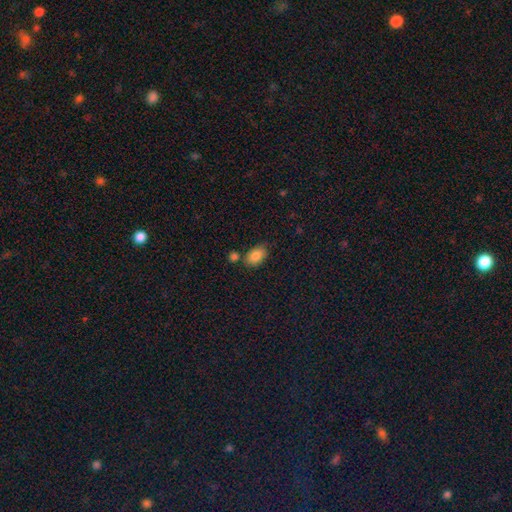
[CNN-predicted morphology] This is clearly a smooth galaxy (85%). How rounded: clearly in between (89%). Merging: likely none (71%).